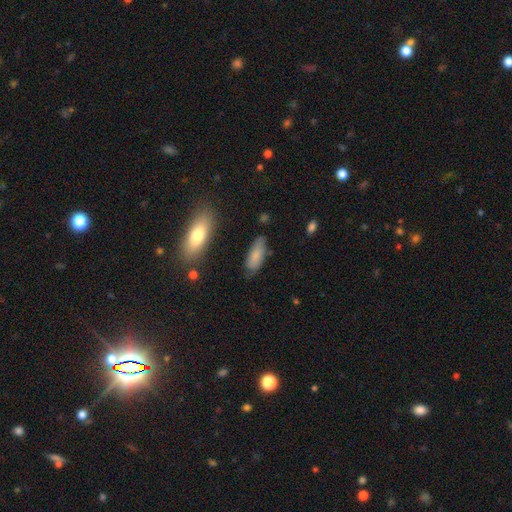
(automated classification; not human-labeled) smooth-or-featured: smooth: 77% | featured or disk: 16% | star or artifact: 7%
  how-rounded: in between: 75% | cigar-shaped: 22% | round: 2%
  merging: none: 67% | minor disturbance: 24% | major disturbance: 5% | merger: 3%